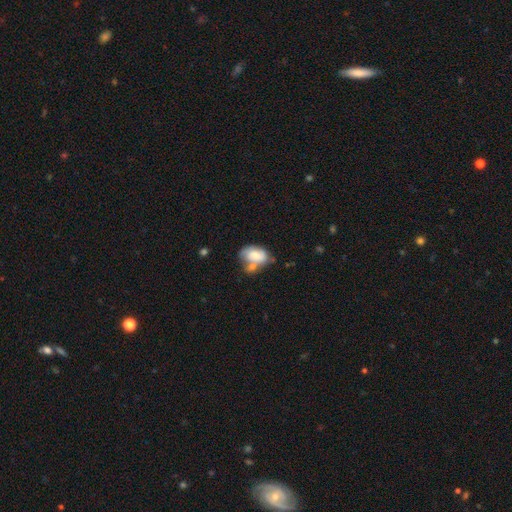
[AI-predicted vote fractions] The model was most divided on "merging": merger: 40%, none: 28%, minor disturbance: 22%, major disturbance: 10%. More confident: how rounded — in between (84%); smooth or featured — smooth (63%).